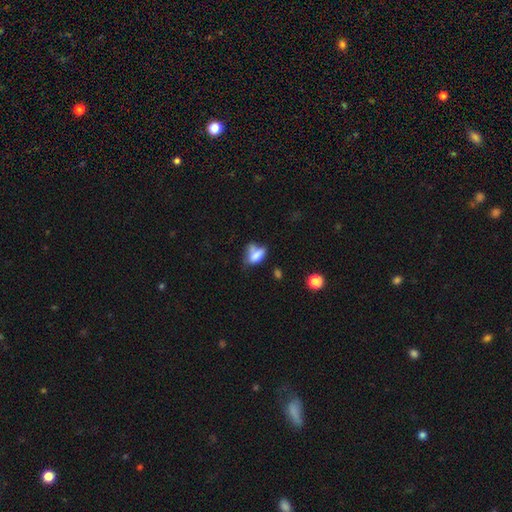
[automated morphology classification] A smooth galaxy with no disk features (70%) that is in between round and cigar-shaped (80%).

Vote fractions:
- Smooth or featured? smooth: 70% / featured or disk: 20% / star or artifact: 10%
- How rounded? in between: 80% / round: 10% / cigar-shaped: 10%
- Merging? none: 34% / merger: 27% / minor disturbance: 24% / major disturbance: 16%